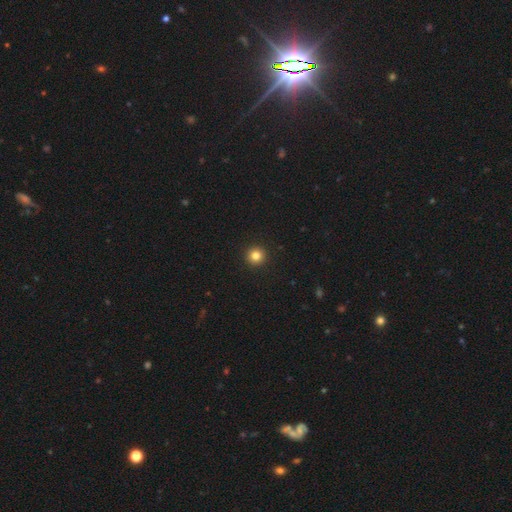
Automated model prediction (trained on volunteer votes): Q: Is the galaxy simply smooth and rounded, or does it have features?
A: smooth — 83%.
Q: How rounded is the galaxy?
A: round — 96%.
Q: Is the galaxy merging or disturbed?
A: none — 94%.